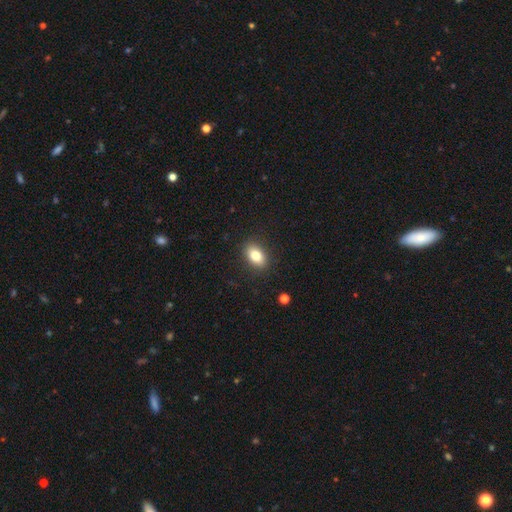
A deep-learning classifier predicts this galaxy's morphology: smooth_or_featured: smooth (p=0.81) [alt: featured or disk p=0.10]
how_rounded: in between (p=0.85) [alt: round p=0.13]
merging: none (p=0.88) [alt: minor disturbance p=0.09]